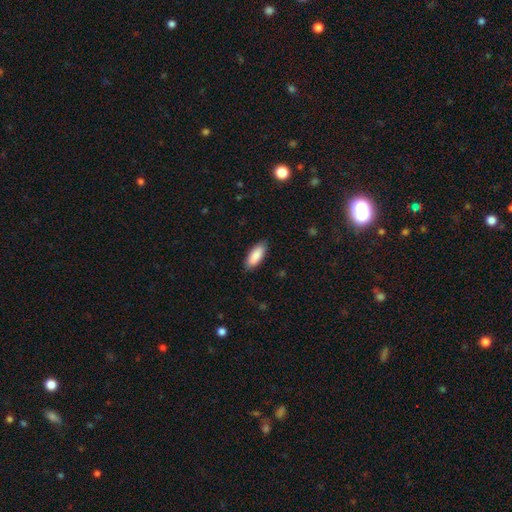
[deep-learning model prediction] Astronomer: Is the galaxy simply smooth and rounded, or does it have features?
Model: smooth — 88%.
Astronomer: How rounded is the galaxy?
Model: in between — 77%.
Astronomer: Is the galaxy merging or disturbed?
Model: none — 86%.